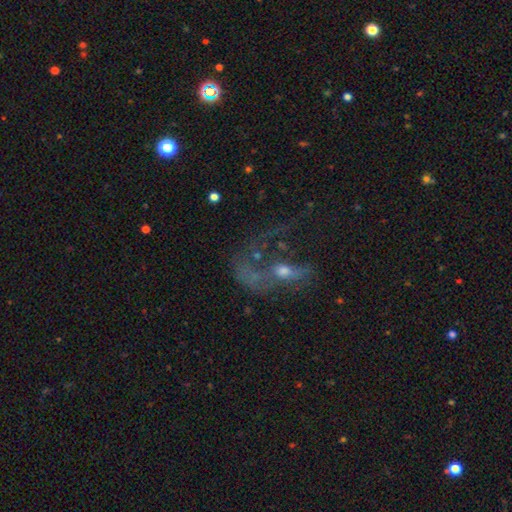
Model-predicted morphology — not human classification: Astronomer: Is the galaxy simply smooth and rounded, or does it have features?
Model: featured or disk — 56%.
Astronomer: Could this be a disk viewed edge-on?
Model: no — 91%.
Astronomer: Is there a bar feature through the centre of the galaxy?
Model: no — 79%.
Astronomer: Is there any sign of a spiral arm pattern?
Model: no — 67%.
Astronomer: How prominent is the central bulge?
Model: moderate — 44% (runner-up: small, 34%).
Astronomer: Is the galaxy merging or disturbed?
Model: major disturbance — 50%.